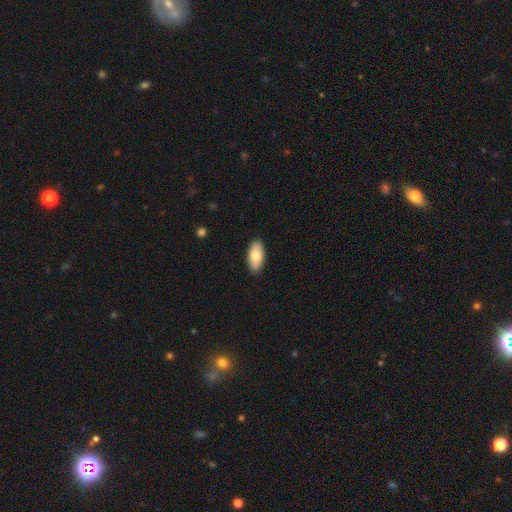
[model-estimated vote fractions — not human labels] Smooth or featured: smooth — 77% (featured or disk — 18%)
How rounded: in between — 92% (cigar-shaped — 6%)
Merging: none — 89% (minor disturbance — 8%)